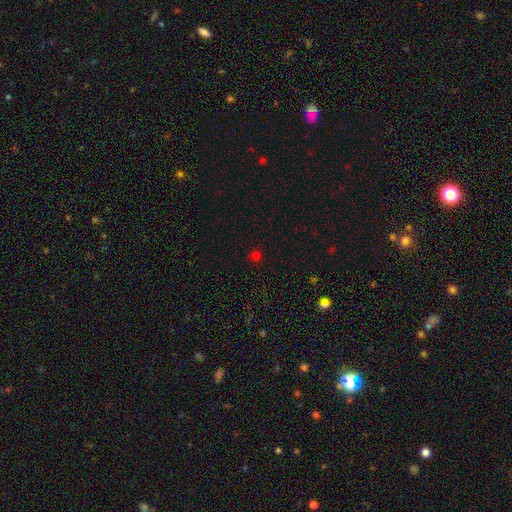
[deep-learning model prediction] smooth_or_featured: smooth (p=0.66) [alt: star or artifact p=0.30]
how_rounded: round (p=0.92) [alt: in between p=0.07]
merging: none (p=0.88) [alt: minor disturbance p=0.07]